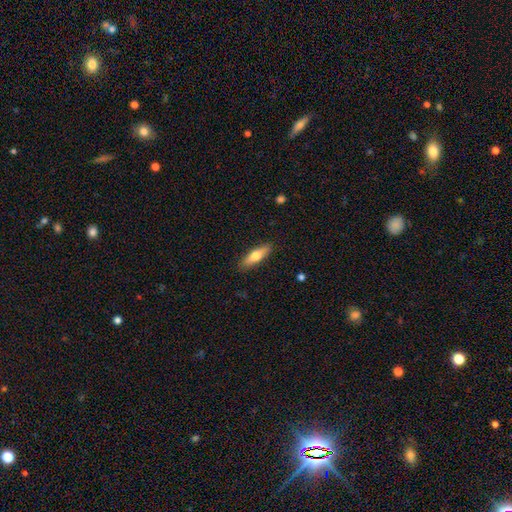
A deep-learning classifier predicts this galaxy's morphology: Smooth or featured? smooth (65%)
How rounded? cigar-shaped (55%)
Merging? none (89%)